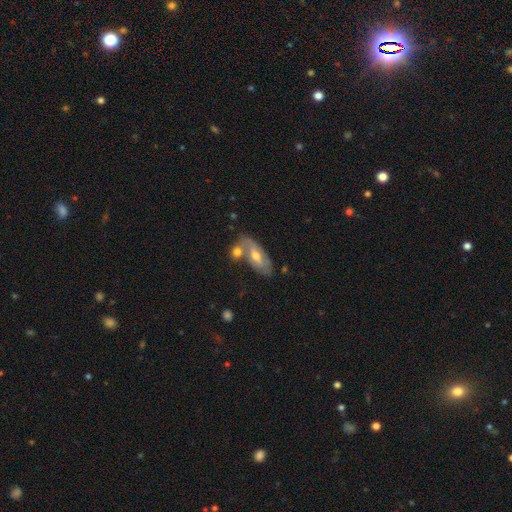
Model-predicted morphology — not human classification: Overall: featured or disk (57%; smooth 36%). Edge-on disk: no (81%). Merging: none (55%; merger 25%).